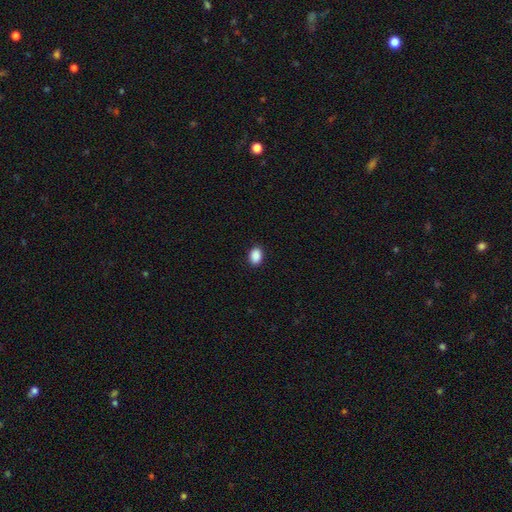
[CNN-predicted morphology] Smooth or featured? Predicted: smooth (p=0.90). How rounded? Predicted: in between (p=0.80). Merging? Predicted: none (p=0.90).